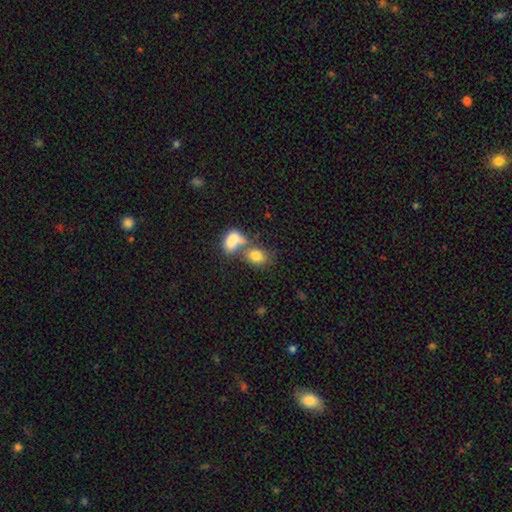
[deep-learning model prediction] Morphology: type=smooth (80%); roundness=in between (74%); merging=merger (53%).